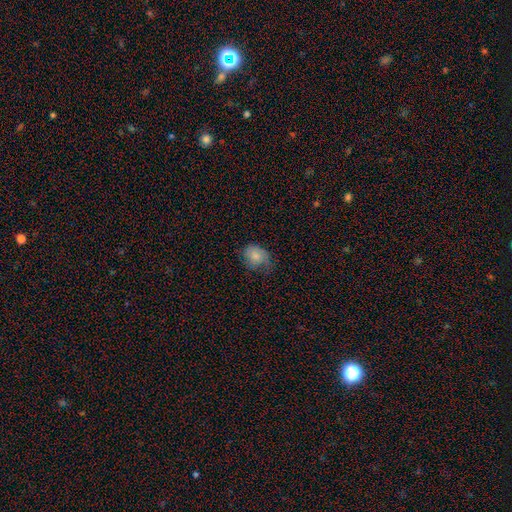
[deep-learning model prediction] This appears to be a smooth galaxy with no disk features (76%) that is in between round and cigar-shaped (53%). Merging: none (49%).